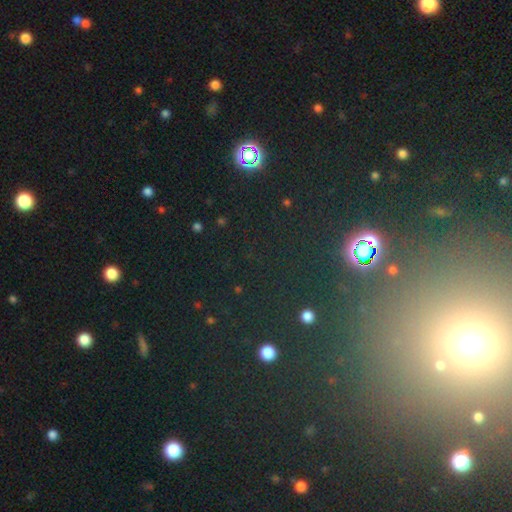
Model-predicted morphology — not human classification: A star or artifact, not a galaxy (67%).